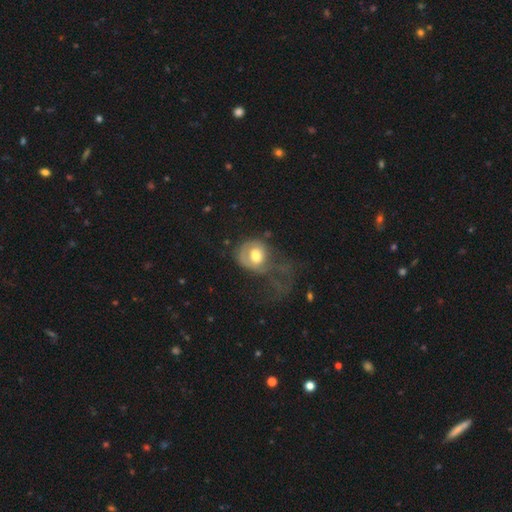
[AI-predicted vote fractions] The model was most divided on "smooth or featured": smooth: 54%, featured or disk: 39%, star or artifact: 7%. More confident: how rounded — round (66%); merging — major disturbance (57%).